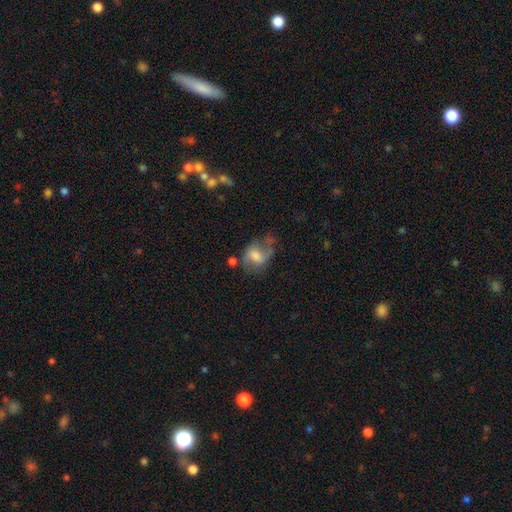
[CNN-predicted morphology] Smooth or featured? Predicted: smooth (p=0.46). Merging? Predicted: none (p=0.35).